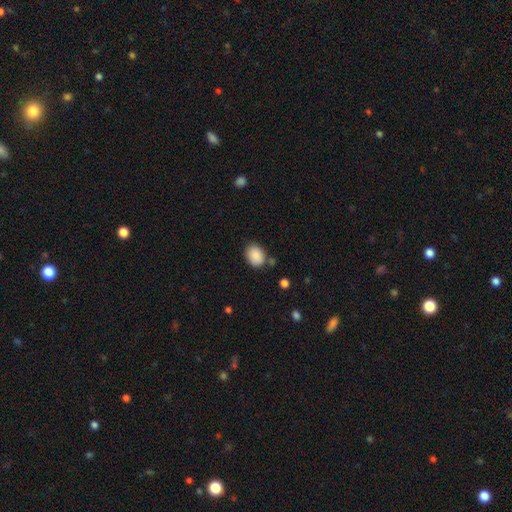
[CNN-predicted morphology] A smooth galaxy with no disk features (87%) that is in between round and cigar-shaped (62%).

Vote fractions:
- Smooth or featured? smooth: 87% / star or artifact: 8% / featured or disk: 5%
- How rounded? in between: 62% / round: 37% / cigar-shaped: 1%
- Merging? none: 76% / minor disturbance: 15% / merger: 6% / major disturbance: 4%